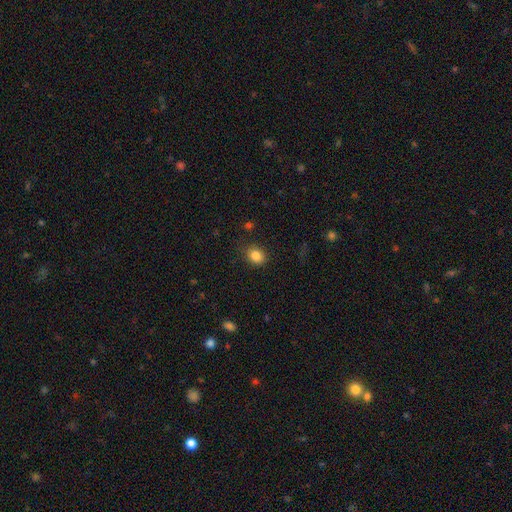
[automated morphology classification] Smooth or featured? smooth (84%)
How rounded? round (53%)
Merging? none (84%)